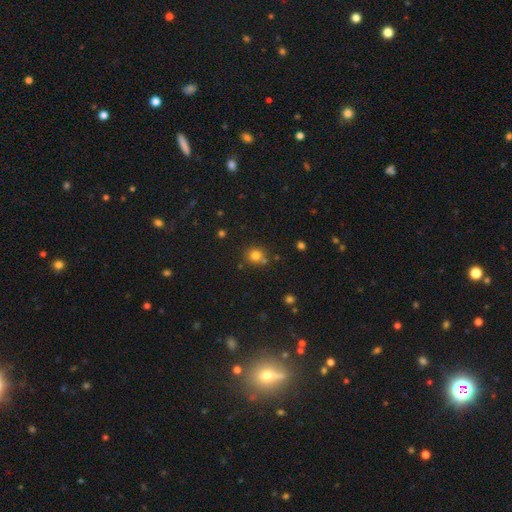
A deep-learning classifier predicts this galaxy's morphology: Smooth or featured? smooth (79%)
How rounded? round (87%)
Merging? none (74%)